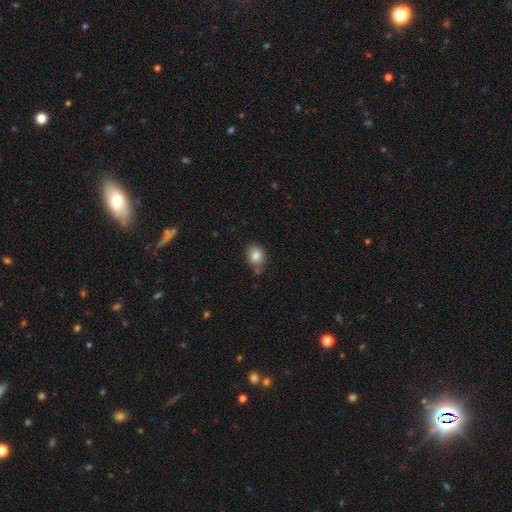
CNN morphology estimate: Overall: smooth (83%). How rounded: round (54%; in between 45%). Merging: none (69%).